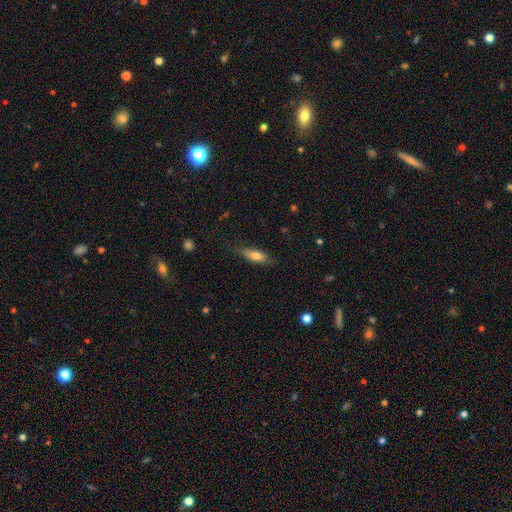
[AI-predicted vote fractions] This appears to be a smooth galaxy with no disk features (72%) that is in between round and cigar-shaped (53%). Merging: none (76%).